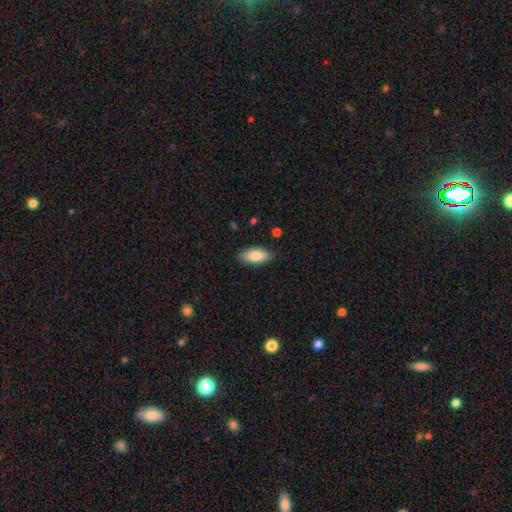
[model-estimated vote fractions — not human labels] Q: Smooth or featured?
A: smooth (85%); runner-up: featured or disk (9%)
Q: How rounded?
A: in between (88%); runner-up: cigar-shaped (10%)
Q: Merging?
A: none (86%); runner-up: minor disturbance (11%)